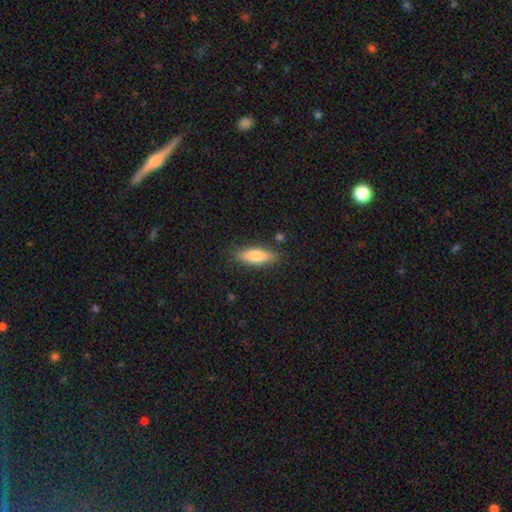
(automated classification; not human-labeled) smooth-or-featured: smooth: 74% | featured or disk: 20% | star or artifact: 6%
  how-rounded: in between: 58% | cigar-shaped: 39% | round: 2%
  merging: none: 83% | minor disturbance: 12% | major disturbance: 3% | merger: 2%